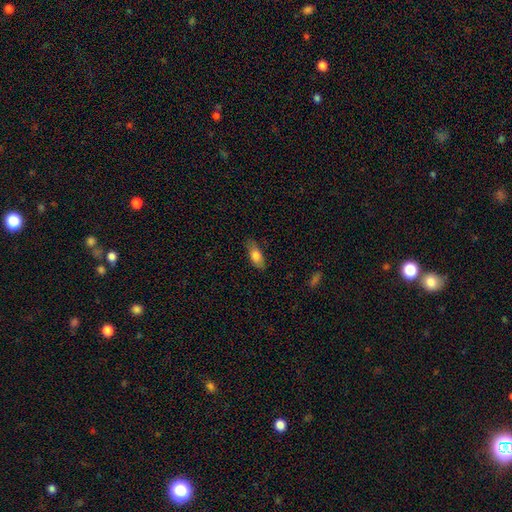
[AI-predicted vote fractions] Smooth or featured?
  - smooth: 79% *
  - featured or disk: 14%
  - star or artifact: 7%
How rounded?
  - in between: 81% *
  - cigar-shaped: 16%
  - round: 3%
Merging?
  - none: 77% *
  - minor disturbance: 18%
  - major disturbance: 4%
  - merger: 1%